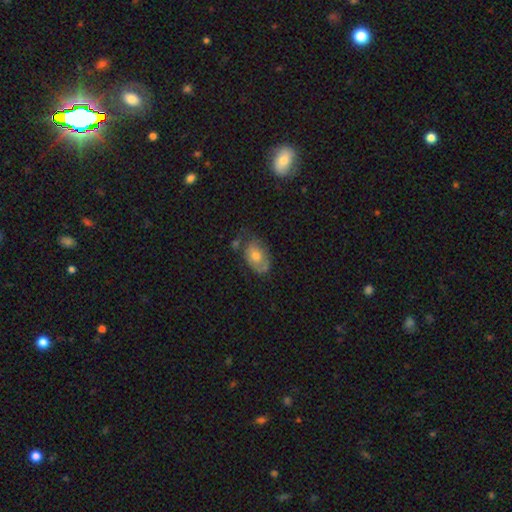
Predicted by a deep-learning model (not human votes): Smooth or featured?
  - smooth: 60% *
  - featured or disk: 32%
  - star or artifact: 8%
How rounded?
  - in between: 85% *
  - round: 14%
  - cigar-shaped: 1%
Merging?
  - none: 47% *
  - minor disturbance: 32%
  - major disturbance: 13%
  - merger: 8%